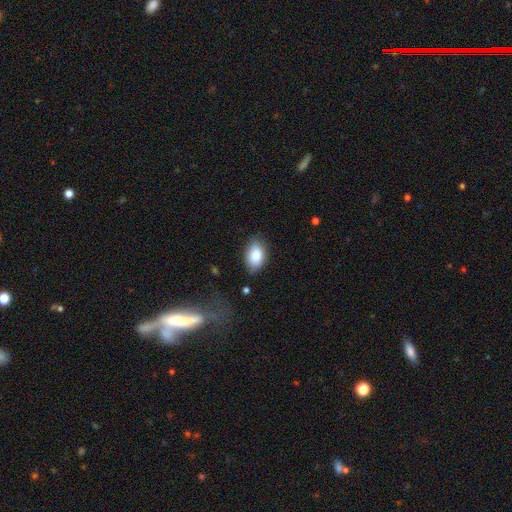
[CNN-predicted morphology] This appears to be a smooth galaxy with no disk features (82%) that is in between round and cigar-shaped (90%). Merging: none (78%).